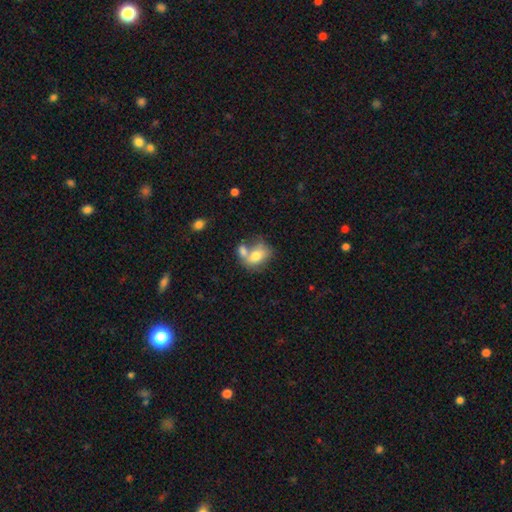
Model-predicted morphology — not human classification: smooth_or_featured: smooth (p=0.71) [alt: featured or disk p=0.21]
how_rounded: in between (p=0.73) [alt: round p=0.26]
merging: merger (p=0.51) [alt: none p=0.29]